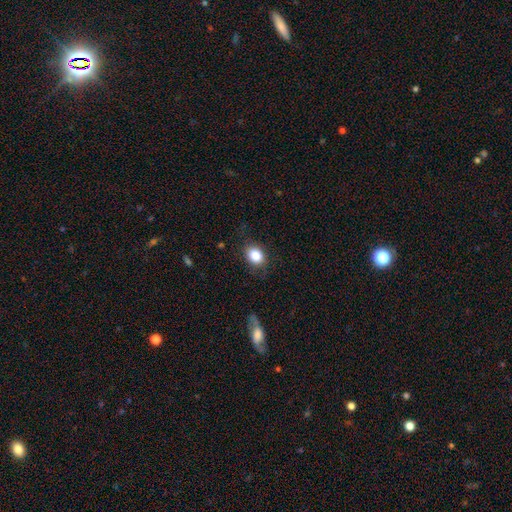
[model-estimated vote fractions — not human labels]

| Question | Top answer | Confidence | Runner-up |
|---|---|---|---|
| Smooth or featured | smooth | 84% | star or artifact (9%) |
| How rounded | in between | 59% | round (40%) |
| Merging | none | 82% | minor disturbance (13%) |